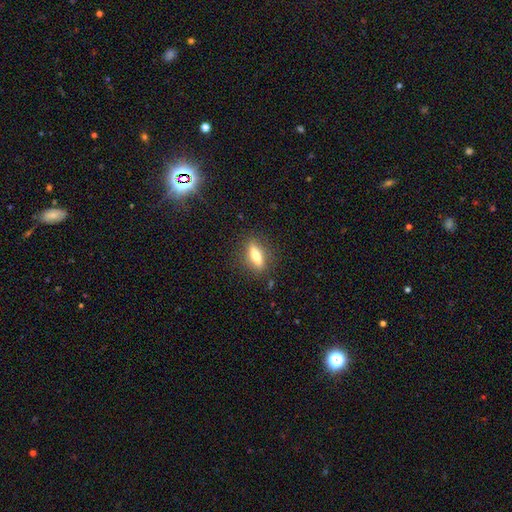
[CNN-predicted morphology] Smooth or featured? smooth (60%)
How rounded? cigar-shaped (49%)
Merging? none (85%)